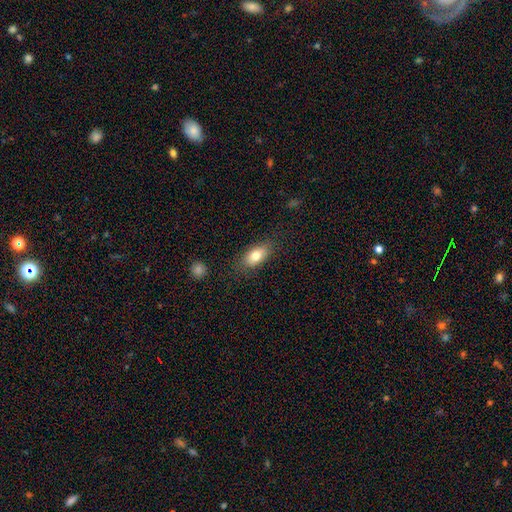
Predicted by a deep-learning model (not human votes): Smooth or featured? Predicted: smooth (p=0.78). How rounded? Predicted: in between (p=0.86). Merging? Predicted: none (p=0.79).